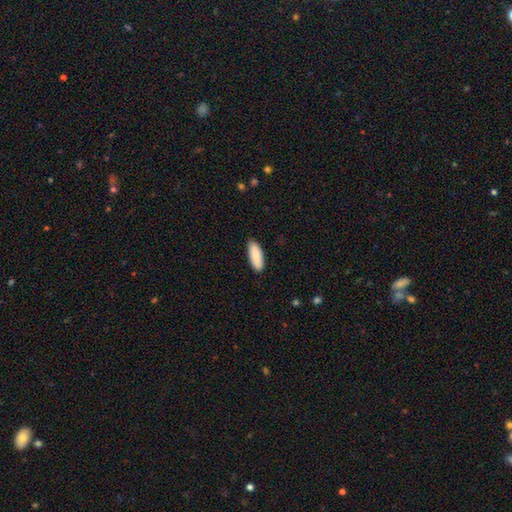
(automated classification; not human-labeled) A smooth galaxy with no disk features (89%) that is in between round and cigar-shaped (72%).

Vote fractions:
- Smooth or featured? smooth: 89% / featured or disk: 6% / star or artifact: 5%
- How rounded? in between: 72% / cigar-shaped: 27% / round: 2%
- Merging? none: 89% / minor disturbance: 9% / major disturbance: 2% / merger: 1%